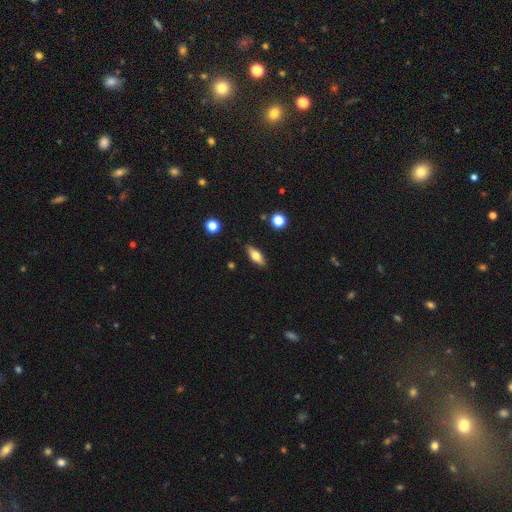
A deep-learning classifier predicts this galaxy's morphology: Overall: smooth (60%; featured or disk 33%). How rounded: in between (70%). Merging: none (87%).